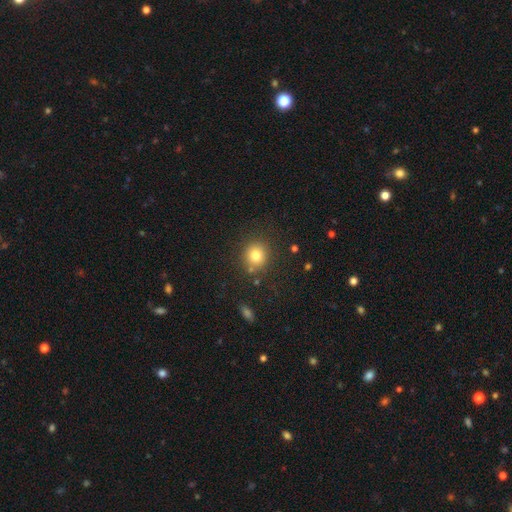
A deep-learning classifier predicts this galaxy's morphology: A smooth galaxy with no disk features (80%) that is round (88%). Merging: none (83%).